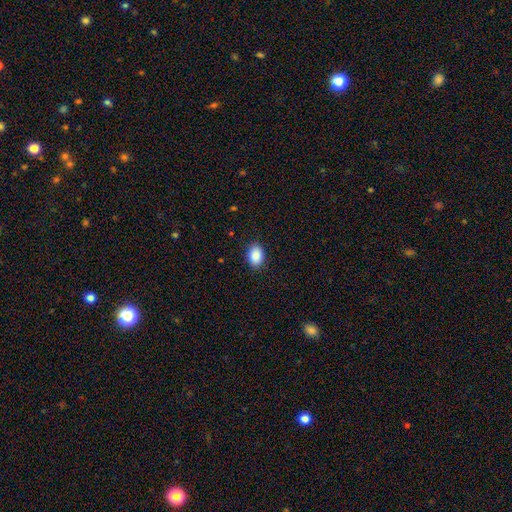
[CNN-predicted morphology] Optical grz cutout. It shows a smooth galaxy with no disk features (89%) that is in between round and cigar-shaped (82%). Merging: none (89%).